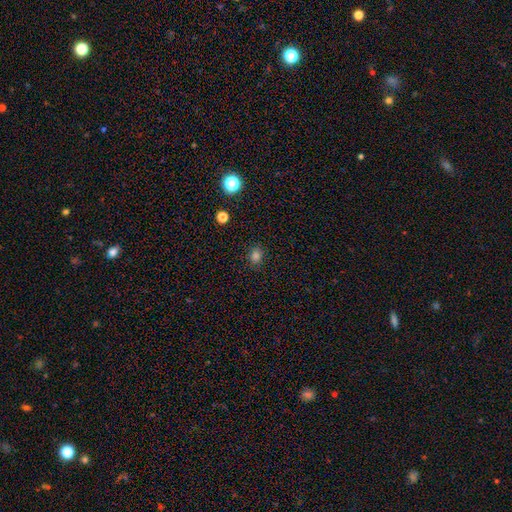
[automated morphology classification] This appears to be a smooth galaxy with no disk features (80%) that is round (61%). Merging: none (87%).